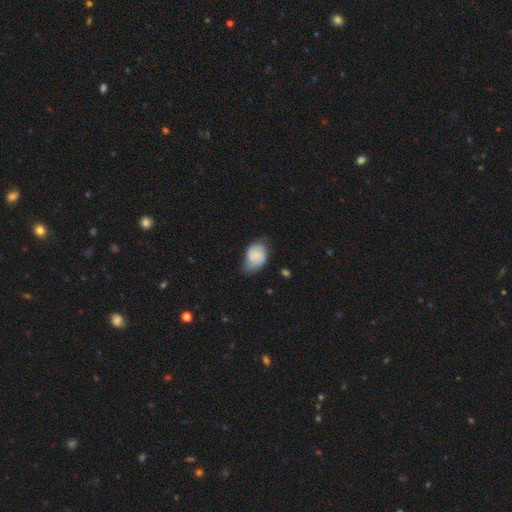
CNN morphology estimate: The model was most divided on "merging": none: 51%, minor disturbance: 37%, major disturbance: 11%, merger: 2%. More confident: how rounded — in between (78%); smooth or featured — smooth (54%).